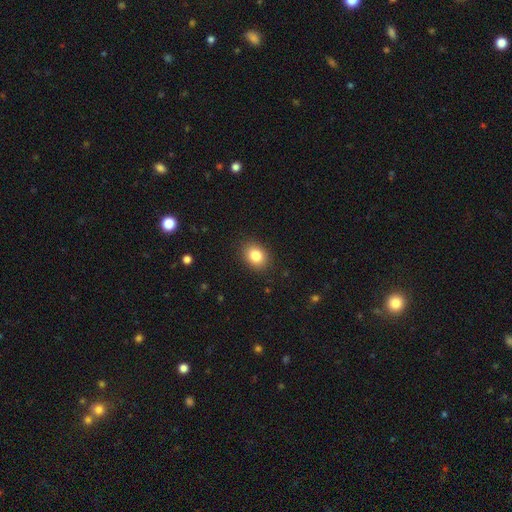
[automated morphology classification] Q: Smooth or featured?
A: smooth (84%); runner-up: star or artifact (10%)
Q: How rounded?
A: in between (55%); runner-up: round (44%)
Q: Merging?
A: none (88%); runner-up: minor disturbance (8%)